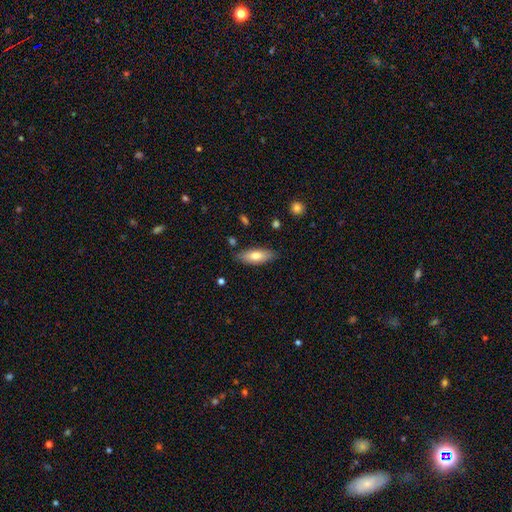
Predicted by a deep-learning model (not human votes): This is likely a smooth galaxy (73%). How rounded: likely in between (69%). Merging: clearly none (83%).